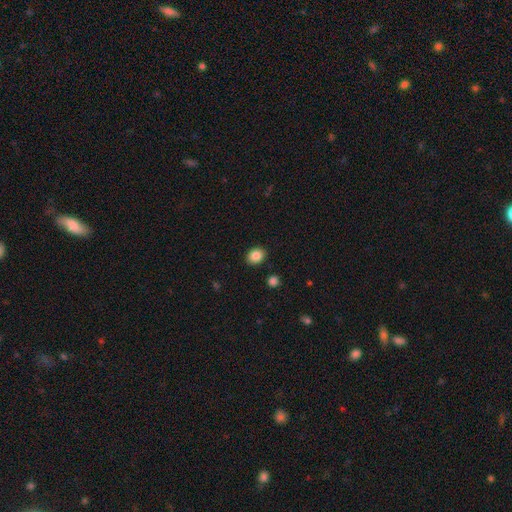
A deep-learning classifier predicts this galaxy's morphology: smooth-or-featured: smooth: 87% | star or artifact: 9% | featured or disk: 4%
  how-rounded: round: 51% | in between: 48% | cigar-shaped: 1%
  merging: none: 89% | minor disturbance: 7% | major disturbance: 2% | merger: 2%